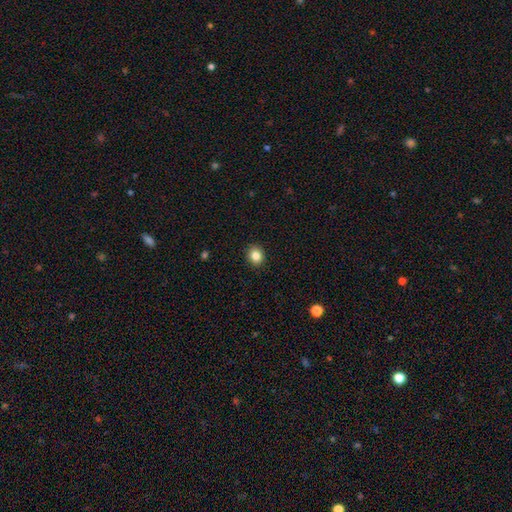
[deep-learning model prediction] Smooth or featured? smooth (84%)
How rounded? round (73%)
Merging? none (91%)